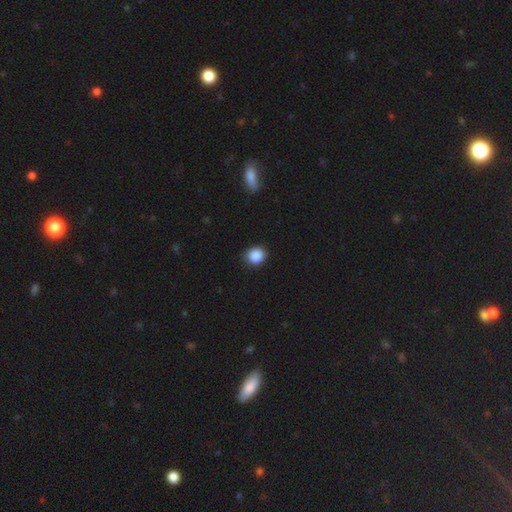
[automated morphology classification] Overall: smooth (88%). How rounded: round (82%). Merging: none (84%).